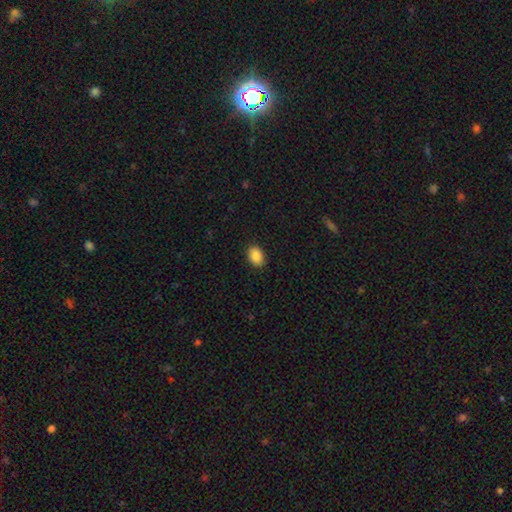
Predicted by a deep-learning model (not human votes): A smooth galaxy with no disk features (89%) that is in between round and cigar-shaped (73%). Merging: none (89%).